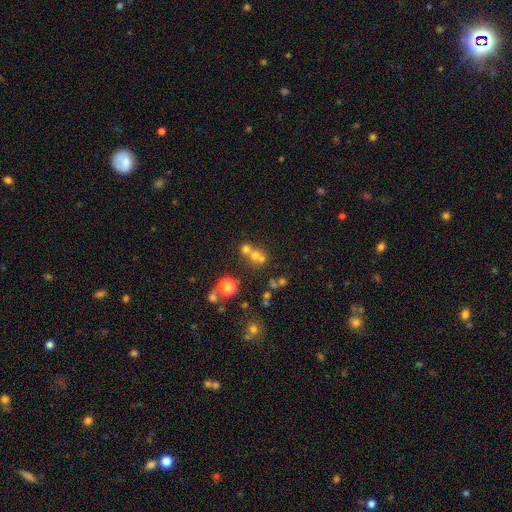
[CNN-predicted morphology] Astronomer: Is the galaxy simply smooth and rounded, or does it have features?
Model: smooth — 56%.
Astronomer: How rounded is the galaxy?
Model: round — 79%.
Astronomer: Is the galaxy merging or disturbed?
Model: merger — 50% (runner-up: none, 39%).